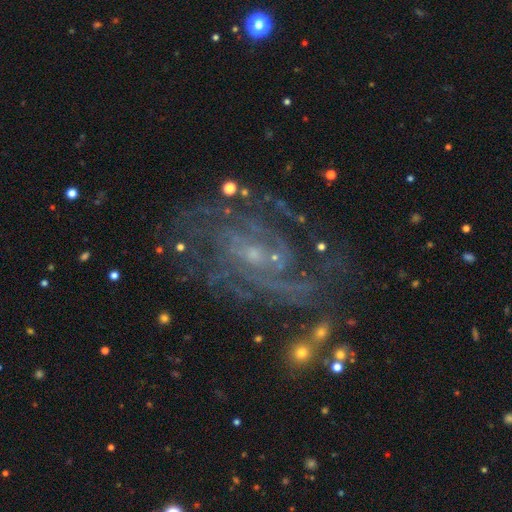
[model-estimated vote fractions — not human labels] featured or disk 82%, star or artifact 11%, smooth 7%. Down the decision tree: edge-on disk — no (96%); bar — no (46%); spiral arms — yes (91%); spiral arm count — can't tell (35%); spiral winding — tight (44%); bulge size — small (77%); merging — none (67%).